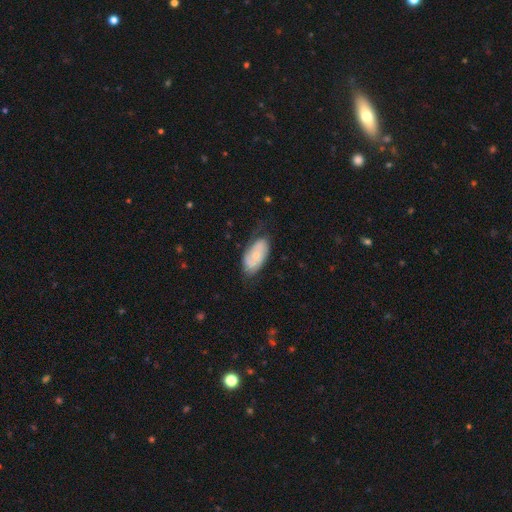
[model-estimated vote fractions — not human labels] This appears to be a featured or disk galaxy (47%, tied with smooth). Merging: none (62%).